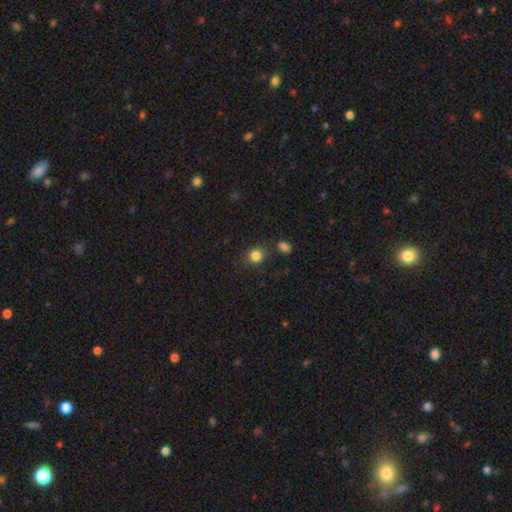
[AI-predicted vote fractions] Smooth or featured: smooth — 83% (star or artifact — 12%)
How rounded: round — 77% (in between — 22%)
Merging: none — 80% (minor disturbance — 12%)